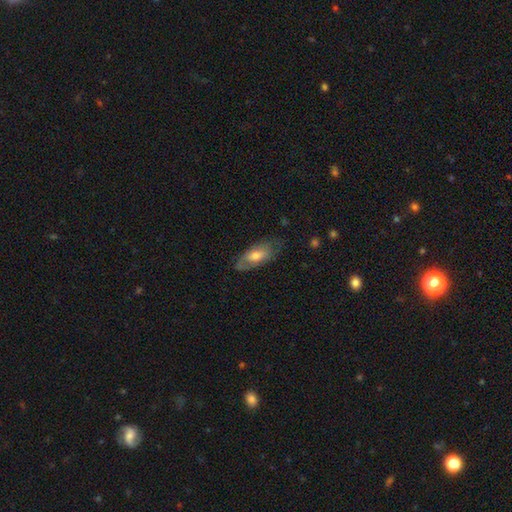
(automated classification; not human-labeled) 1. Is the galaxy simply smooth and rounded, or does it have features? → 52% smooth, 42% featured or disk, 6% star or artifact.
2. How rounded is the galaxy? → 84% in between, 13% cigar-shaped, 3% round.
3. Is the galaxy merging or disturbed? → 64% none, 25% minor disturbance, 10% major disturbance, 1% merger.